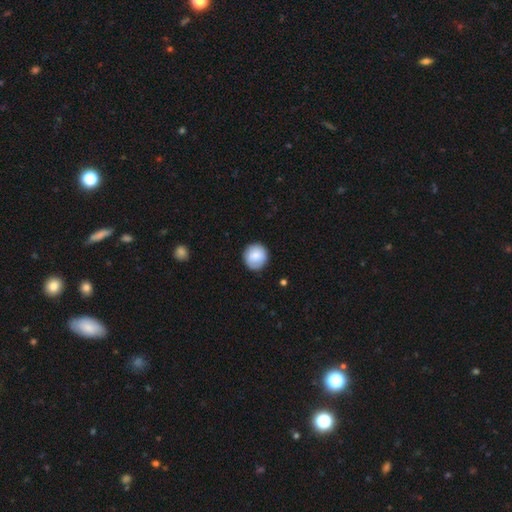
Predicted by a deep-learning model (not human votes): This is clearly a smooth galaxy (82%). How rounded: clearly round (93%). Merging: clearly none (88%).